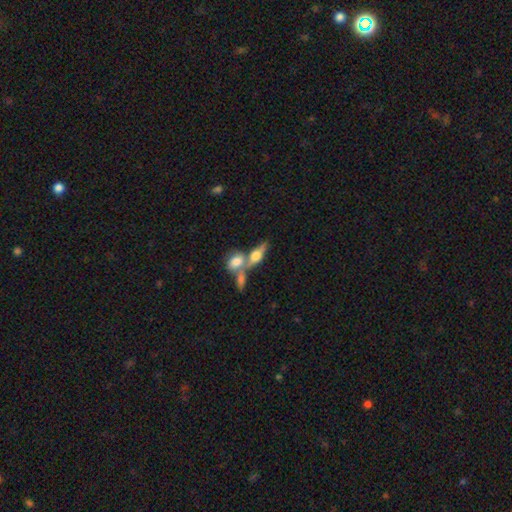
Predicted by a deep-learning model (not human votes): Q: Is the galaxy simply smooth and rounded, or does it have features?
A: smooth — 46%.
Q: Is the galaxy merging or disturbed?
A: merger — 54%.